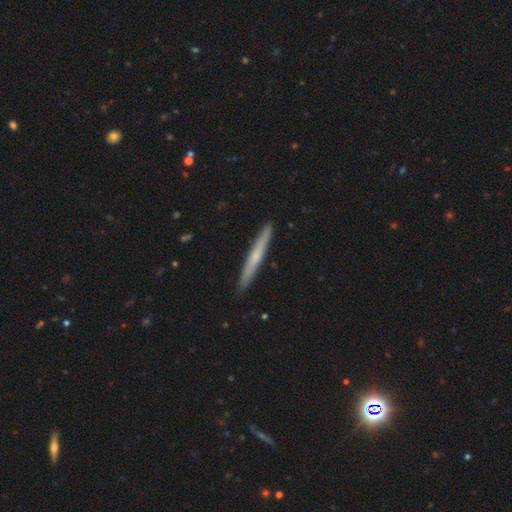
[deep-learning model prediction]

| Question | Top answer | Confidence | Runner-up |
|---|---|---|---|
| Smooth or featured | featured or disk | 47% | tied: smooth (47%) |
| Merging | none | 92% | minor disturbance (6%) |